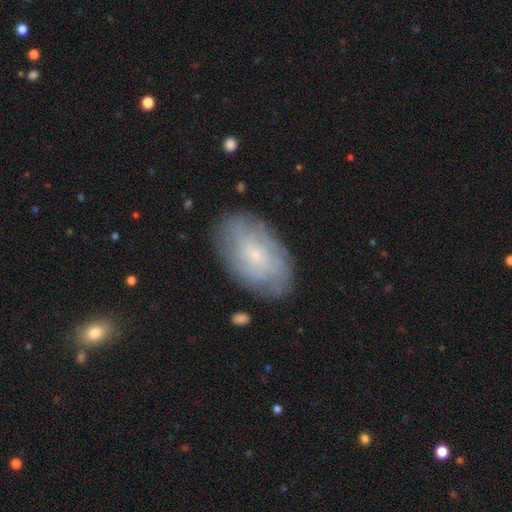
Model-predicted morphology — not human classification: Overall: featured or disk (55%; smooth 37%). Edge-on disk: no (94%). Bar: no (79%). Spiral arms: yes (71%). Bulge size: small (83%). Merging: none (78%).